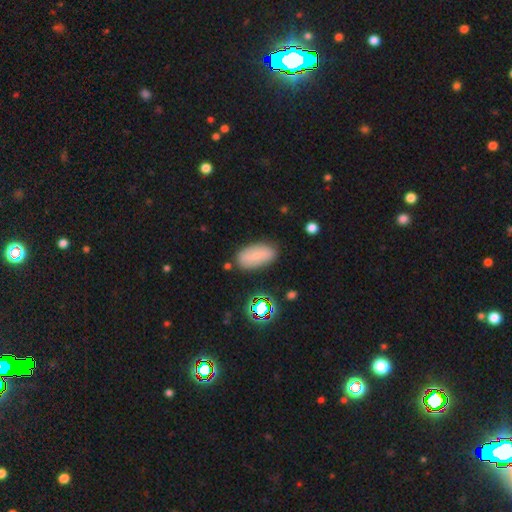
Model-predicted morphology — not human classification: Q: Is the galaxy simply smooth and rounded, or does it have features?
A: smooth — 64%.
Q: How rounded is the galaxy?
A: in between — 90%.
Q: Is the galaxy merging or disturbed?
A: none — 80%.